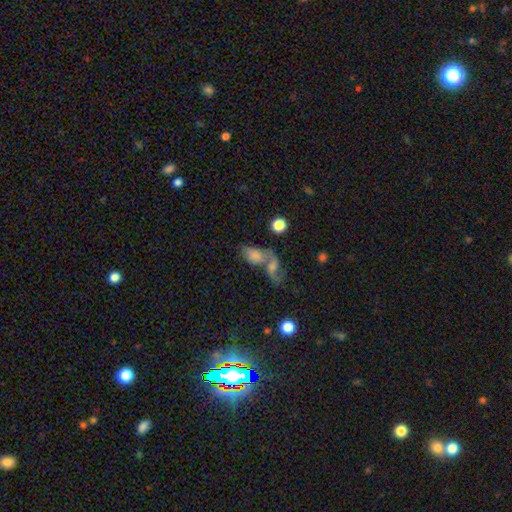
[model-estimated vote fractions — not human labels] smooth 52%, featured or disk 29%, star or artifact 19%. Down the decision tree: how rounded — in between (75%); merging — merger (57%).